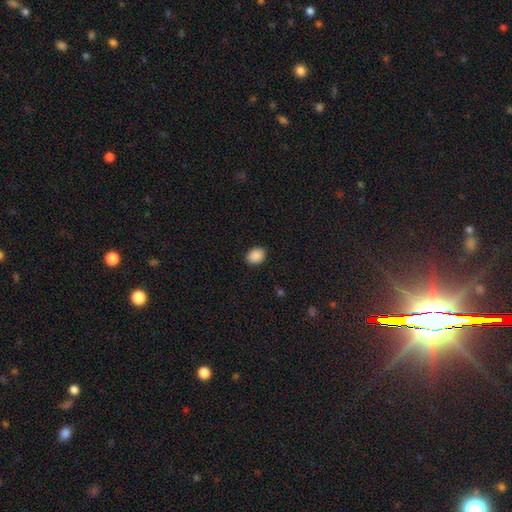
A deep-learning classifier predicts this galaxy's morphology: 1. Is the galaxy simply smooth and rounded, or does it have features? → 90% smooth, 8% star or artifact, 2% featured or disk.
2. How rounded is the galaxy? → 60% in between, 39% round, 1% cigar-shaped.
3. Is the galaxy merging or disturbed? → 89% none, 8% minor disturbance, 2% major disturbance, 1% merger.